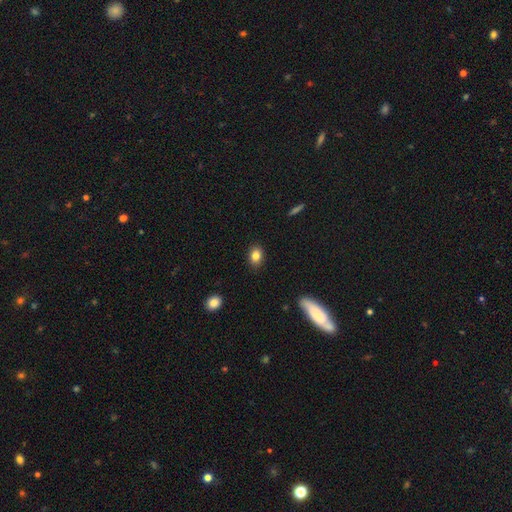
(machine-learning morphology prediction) Smooth or featured: smooth — 84% (star or artifact — 9%)
How rounded: in between — 69% (round — 30%)
Merging: none — 87% (minor disturbance — 10%)